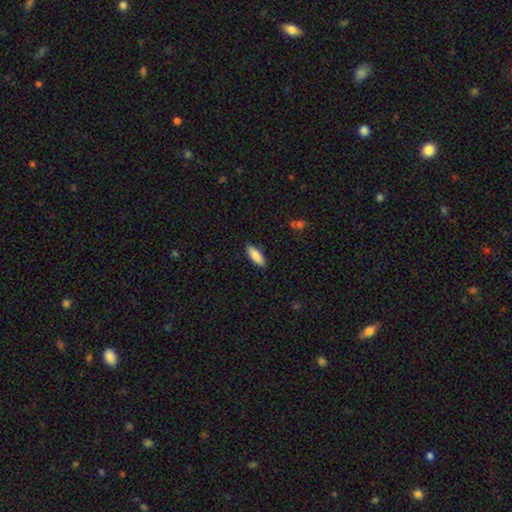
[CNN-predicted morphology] Overall: smooth (86%). How rounded: in between (72%). Merging: none (87%).